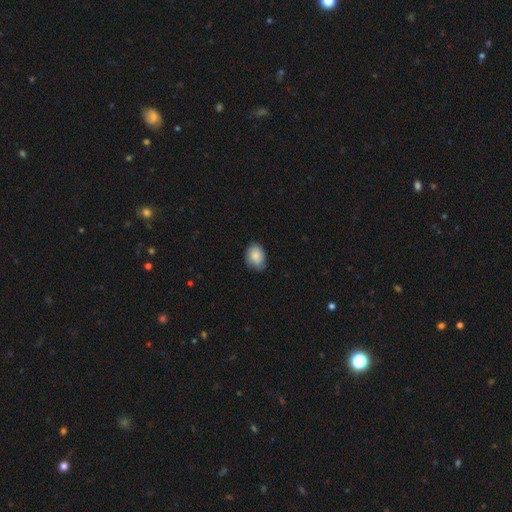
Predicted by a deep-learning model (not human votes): A smooth galaxy with no disk features (81%) that is in between round and cigar-shaped (69%).

Vote fractions:
- Smooth or featured? smooth: 81% / featured or disk: 12% / star or artifact: 7%
- How rounded? in between: 69% / round: 30% / cigar-shaped: 1%
- Merging? none: 60% / minor disturbance: 33% / major disturbance: 6% / merger: 1%